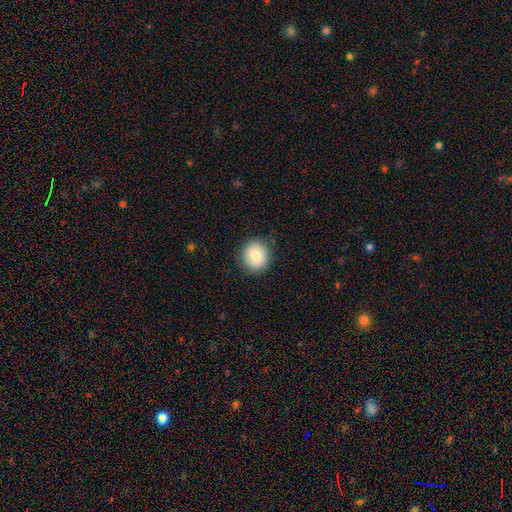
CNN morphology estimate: type=smooth (83%); roundness=round (85%); merging=none (87%).